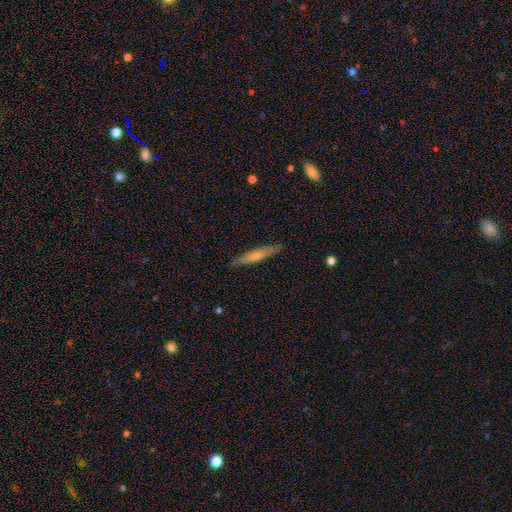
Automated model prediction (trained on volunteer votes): Morphology: type=featured or disk (51%); edge-on=yes (88%); merging=none (86%).